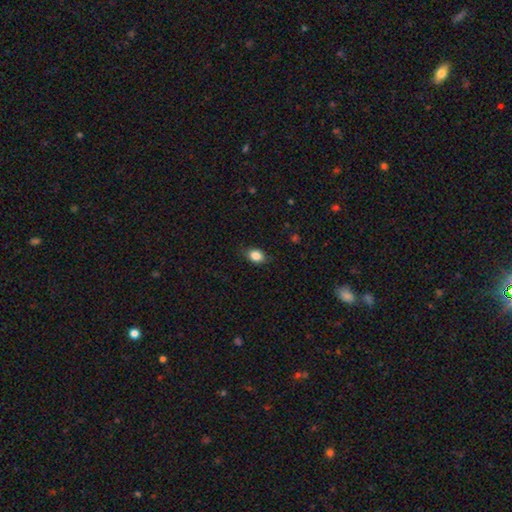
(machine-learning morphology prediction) Smooth or featured: smooth — 85% (star or artifact — 9%)
How rounded: in between — 70% (round — 28%)
Merging: none — 81% (minor disturbance — 15%)